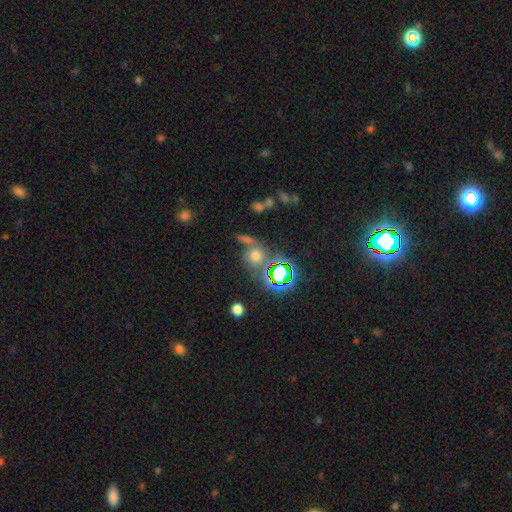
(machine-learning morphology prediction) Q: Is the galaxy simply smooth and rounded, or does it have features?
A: smooth — 53%.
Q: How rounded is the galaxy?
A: round — 81%.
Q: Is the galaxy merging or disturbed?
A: none — 57%.